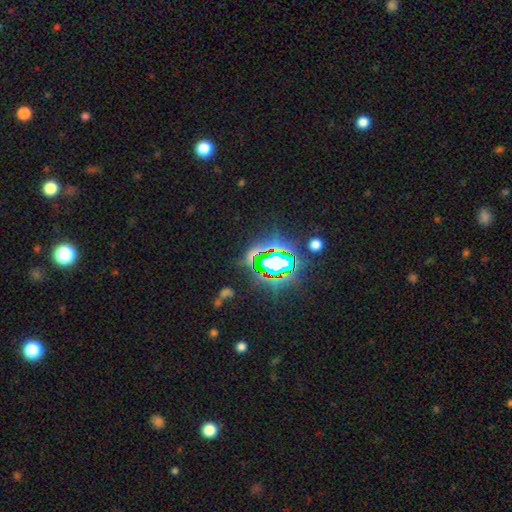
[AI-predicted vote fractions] A star or artifact, not a galaxy (71%).

Vote fractions:
- Smooth or featured? star or artifact: 71% / smooth: 17% / featured or disk: 12%